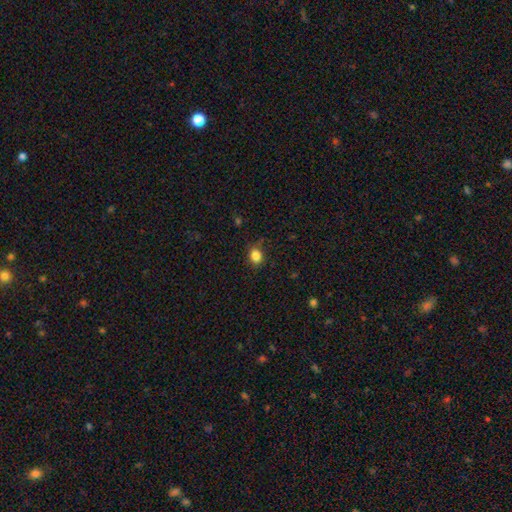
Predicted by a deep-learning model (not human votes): smooth 85%, star or artifact 11%, featured or disk 4%. Down the decision tree: how rounded — round (57%); merging — none (79%).